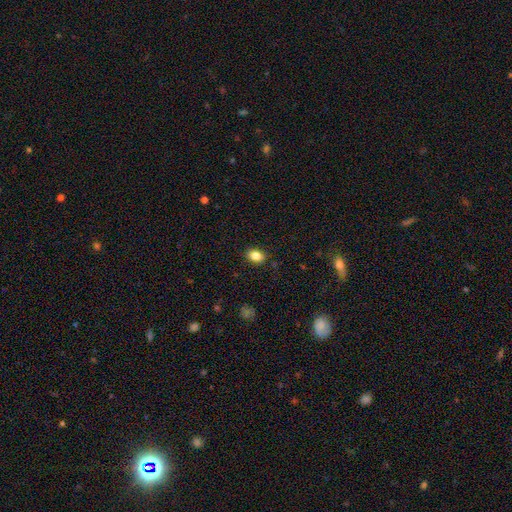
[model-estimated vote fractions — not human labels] Q: Smooth or featured?
A: smooth (85%); runner-up: star or artifact (10%)
Q: How rounded?
A: in between (76%); runner-up: round (23%)
Q: Merging?
A: none (88%); runner-up: minor disturbance (9%)